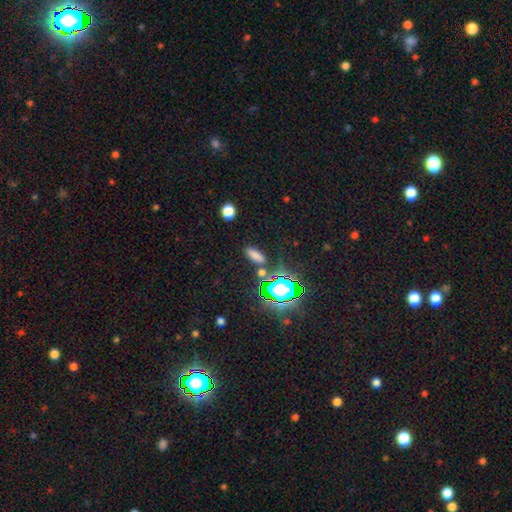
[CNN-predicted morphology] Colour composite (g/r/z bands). It shows a smooth galaxy with no disk features (71%) that is in between round and cigar-shaped (74%). Merging: none (82%).